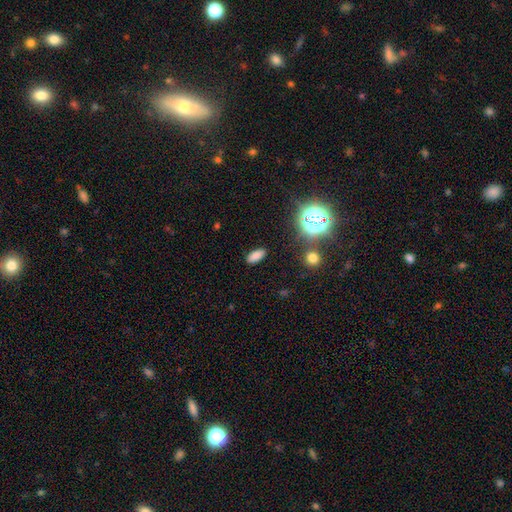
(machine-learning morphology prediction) smooth-or-featured: smooth: 79% | star or artifact: 16% | featured or disk: 6%
  how-rounded: in between: 83% | cigar-shaped: 12% | round: 4%
  merging: none: 88% | minor disturbance: 8% | major disturbance: 2% | merger: 1%